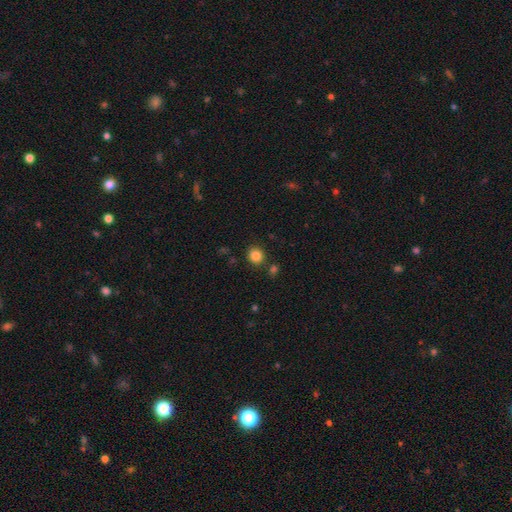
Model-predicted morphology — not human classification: smooth-or-featured: smooth: 85% | star or artifact: 11% | featured or disk: 4%
  how-rounded: round: 87% | in between: 12% | cigar-shaped: 1%
  merging: none: 84% | minor disturbance: 7% | merger: 6% | major disturbance: 3%